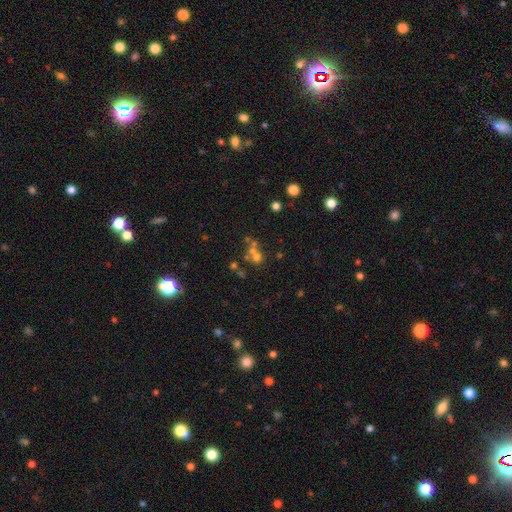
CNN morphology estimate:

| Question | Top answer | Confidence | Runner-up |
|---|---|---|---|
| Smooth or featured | smooth | 47% | star or artifact (32%) |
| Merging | none | 46% | merger (40%) |